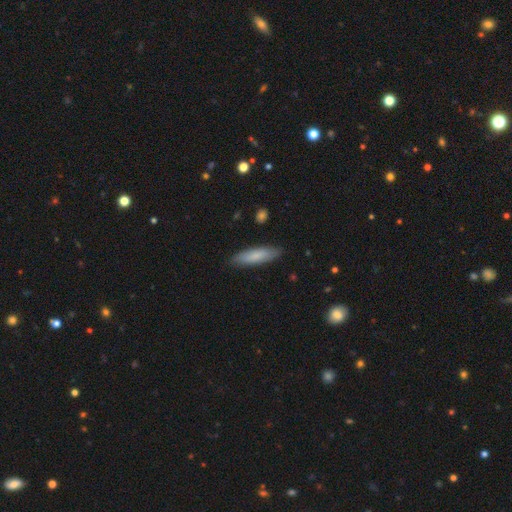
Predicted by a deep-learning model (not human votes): Morphology: type=smooth (78%); roundness=cigar-shaped (68%); merging=none (86%).